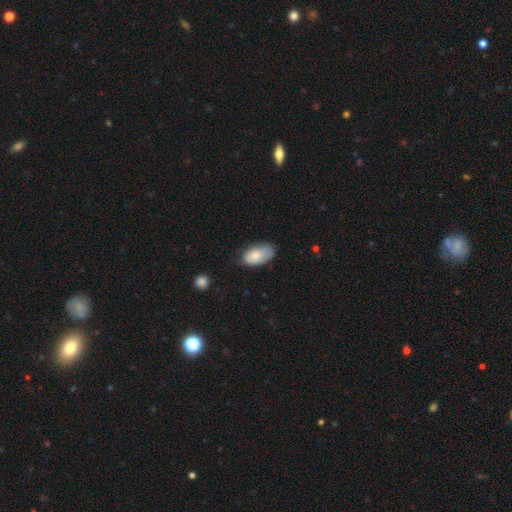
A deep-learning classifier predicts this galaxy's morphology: Overall: smooth (78%). How rounded: in between (93%). Merging: none (61%; minor disturbance 30%).